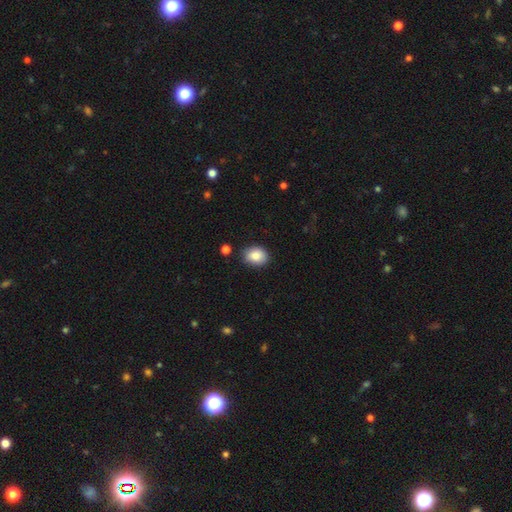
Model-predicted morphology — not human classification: Q: Smooth or featured?
A: smooth (86%); runner-up: star or artifact (8%)
Q: How rounded?
A: in between (66%); runner-up: round (33%)
Q: Merging?
A: none (82%); runner-up: minor disturbance (13%)